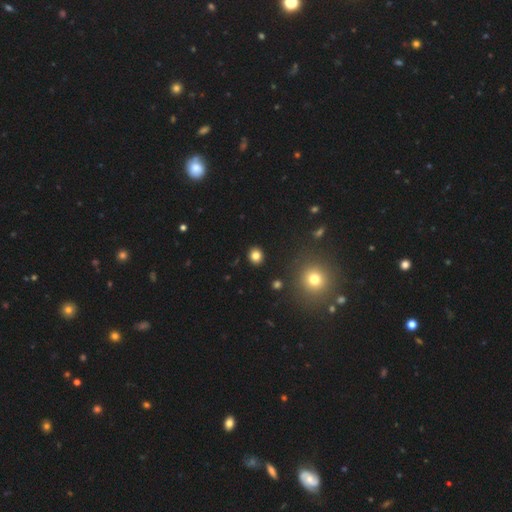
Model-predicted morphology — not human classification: Q: Smooth or featured?
A: smooth (82%); runner-up: star or artifact (13%)
Q: How rounded?
A: round (80%); runner-up: in between (19%)
Q: Merging?
A: none (91%); runner-up: minor disturbance (5%)